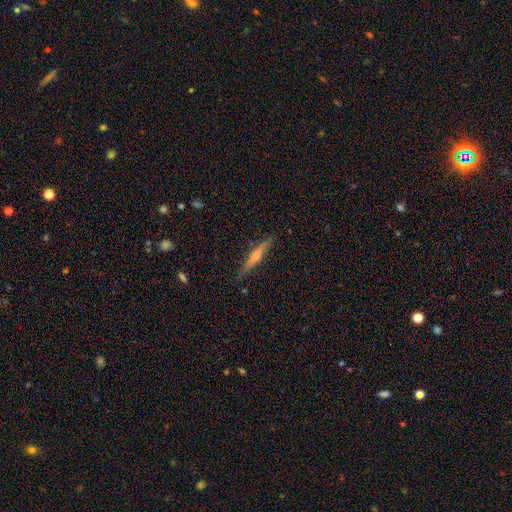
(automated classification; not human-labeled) Smooth or featured? Predicted: smooth (p=0.47). Merging? Predicted: none (p=0.85).